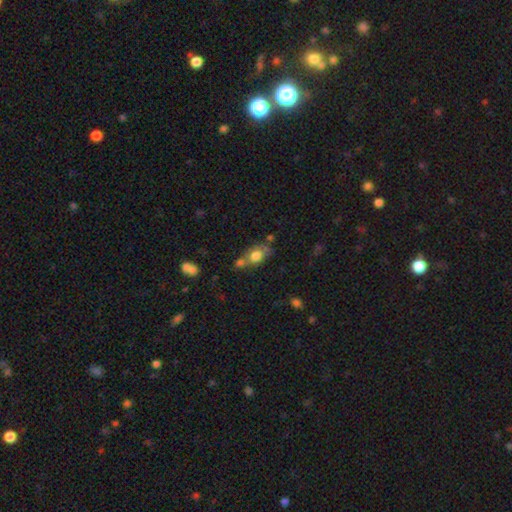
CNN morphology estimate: smooth_or_featured: smooth (p=0.74) [alt: featured or disk p=0.17]
how_rounded: in between (p=0.68) [alt: round p=0.28]
merging: none (p=0.41) [alt: merger p=0.36]